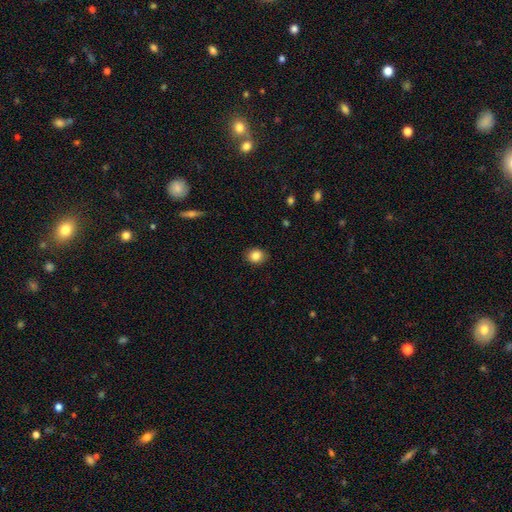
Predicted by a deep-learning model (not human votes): Morphology: type=smooth (85%); roundness=round (60%); merging=none (89%).